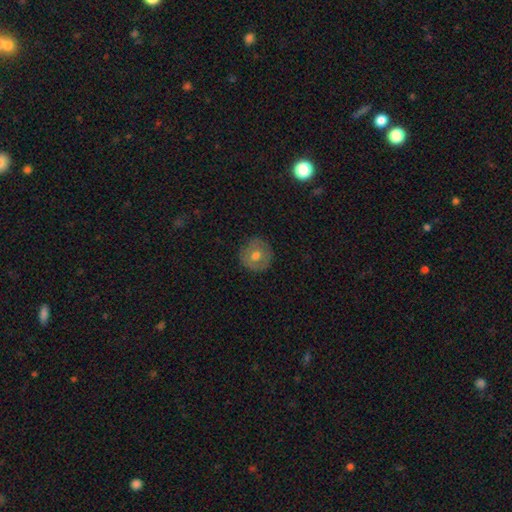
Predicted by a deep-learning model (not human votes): smooth_or_featured: smooth (p=0.61) [alt: featured or disk p=0.30]
how_rounded: round (p=0.94) [alt: in between p=0.05]
merging: none (p=0.88) [alt: minor disturbance p=0.09]